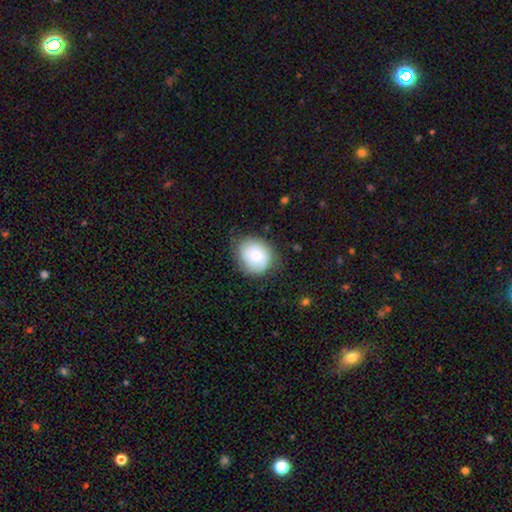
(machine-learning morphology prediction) Smooth or featured? smooth (54%)
How rounded? round (76%)
Merging? none (74%)